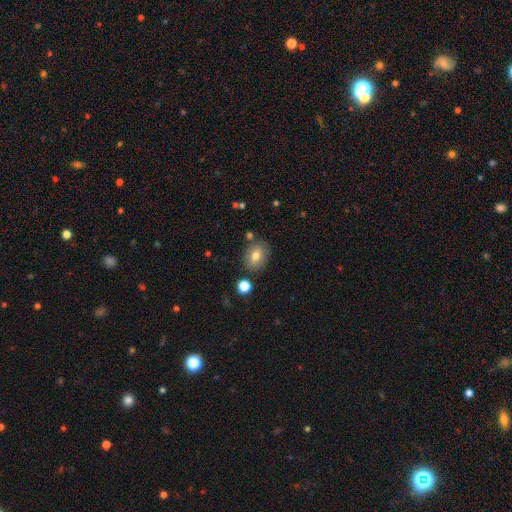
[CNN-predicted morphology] smooth-or-featured: smooth: 76% | featured or disk: 14% | star or artifact: 10%
  how-rounded: in between: 55% | round: 44% | cigar-shaped: 1%
  merging: none: 80% | minor disturbance: 12% | merger: 5% | major disturbance: 3%